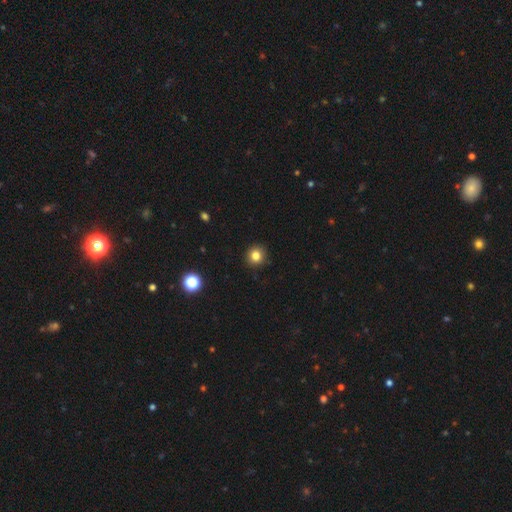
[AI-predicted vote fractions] Q: Smooth or featured?
A: smooth (82%); runner-up: star or artifact (13%)
Q: How rounded?
A: round (92%); runner-up: in between (7%)
Q: Merging?
A: none (90%); runner-up: minor disturbance (7%)